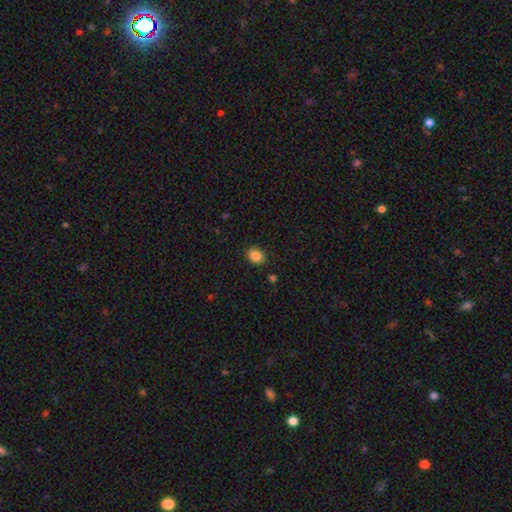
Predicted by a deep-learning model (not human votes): A smooth galaxy with no disk features (87%) that is in between round and cigar-shaped (64%). Merging: none (87%).